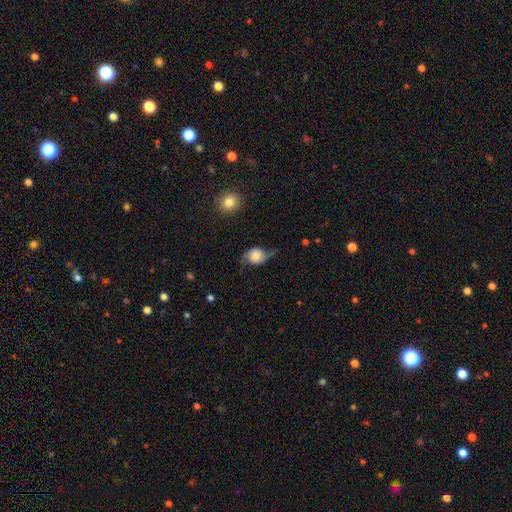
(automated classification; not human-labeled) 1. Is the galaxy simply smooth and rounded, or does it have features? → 62% featured or disk, 29% smooth, 9% star or artifact.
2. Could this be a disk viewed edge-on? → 94% no, 6% yes.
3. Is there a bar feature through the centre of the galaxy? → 73% no, 22% weak, 5% strong.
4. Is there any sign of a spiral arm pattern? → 92% yes, 8% no.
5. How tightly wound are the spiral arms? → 78% loose, 17% medium, 5% tight.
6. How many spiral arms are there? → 90% 2, 5% 1, 2% can't tell, 1% 3, 1% 4, 1% more than 4.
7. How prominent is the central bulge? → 35% moderate, 23% large, 23% small, 12% dominant, 7% none.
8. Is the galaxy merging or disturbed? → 55% none, 27% minor disturbance, 15% major disturbance, 3% merger.